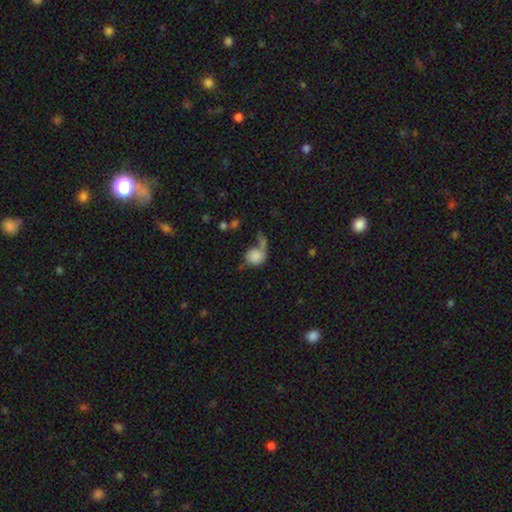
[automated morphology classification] This is likely a smooth galaxy (76%). How rounded: likely round (70%). Merging: marginally none (30%).